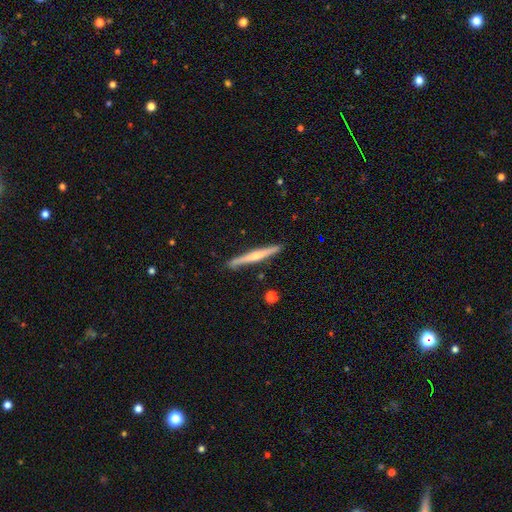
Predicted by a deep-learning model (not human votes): This appears to be a featured or disk galaxy (64%) viewed edge-on (98%) with a rounded central bulge (72%). Merging: none (89%).